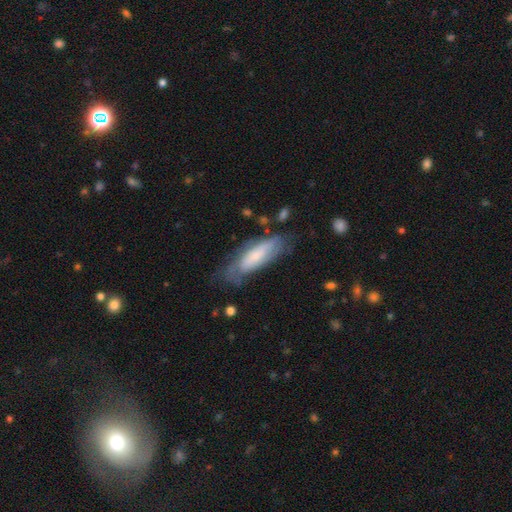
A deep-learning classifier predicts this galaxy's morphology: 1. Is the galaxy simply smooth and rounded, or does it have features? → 47% smooth, 46% featured or disk, 7% star or artifact.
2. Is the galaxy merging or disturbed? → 57% none, 26% minor disturbance, 13% major disturbance, 3% merger.